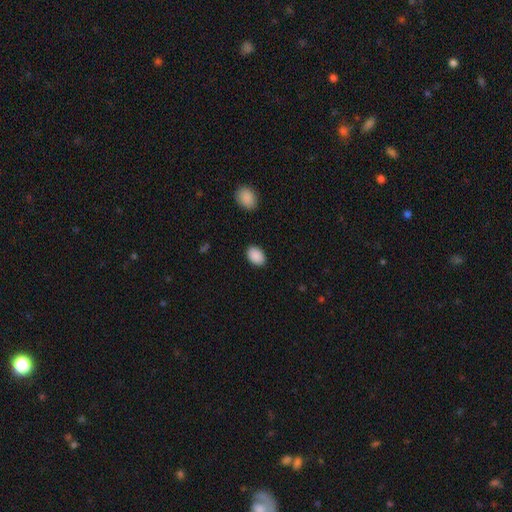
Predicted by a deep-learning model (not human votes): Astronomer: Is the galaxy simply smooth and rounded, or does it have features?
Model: smooth — 90%.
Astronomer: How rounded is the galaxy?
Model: in between — 83%.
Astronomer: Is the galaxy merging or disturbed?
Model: none — 88%.